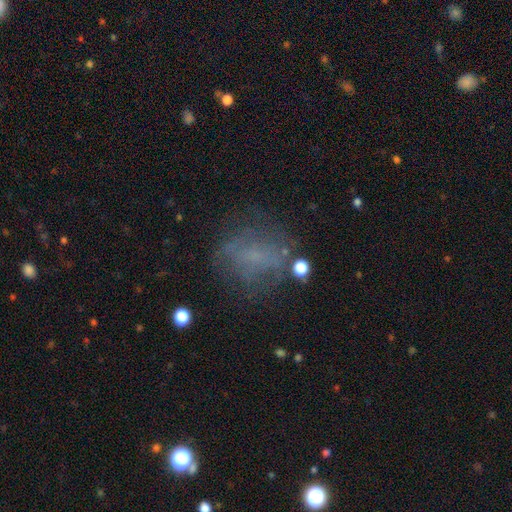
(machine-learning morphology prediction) Smooth or featured? Predicted: smooth (p=0.44). Merging? Predicted: none (p=0.59).